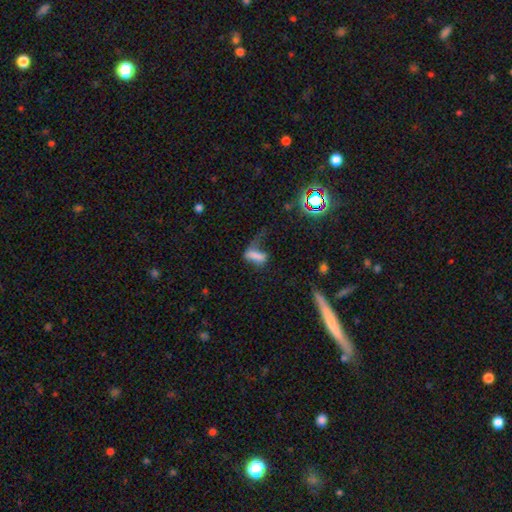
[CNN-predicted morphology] The model was most divided on "merging": major disturbance: 49%, none: 22%, minor disturbance: 20%, merger: 8%. More confident: how rounded — in between (68%); smooth or featured — smooth (66%).